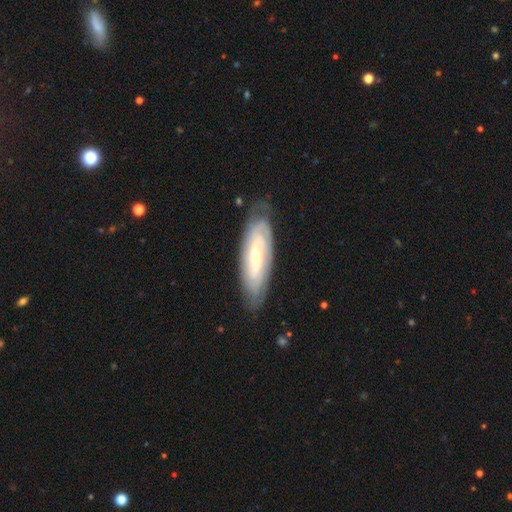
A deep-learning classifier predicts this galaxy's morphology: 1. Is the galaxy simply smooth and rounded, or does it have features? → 76% featured or disk, 19% smooth, 5% star or artifact.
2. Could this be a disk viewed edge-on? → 83% no, 17% yes.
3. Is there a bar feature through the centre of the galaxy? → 45% no, 35% weak, 20% strong.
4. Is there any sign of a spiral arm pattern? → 86% yes, 14% no.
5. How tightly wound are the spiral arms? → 68% tight, 24% medium, 8% loose.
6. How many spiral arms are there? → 51% can't tell, 30% 2, 8% 3, 5% 4, 3% 1, 3% more than 4.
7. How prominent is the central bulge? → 58% small, 38% moderate, 2% large, 1% none, 1% dominant.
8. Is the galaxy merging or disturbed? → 76% none, 18% minor disturbance, 5% major disturbance, 1% merger.